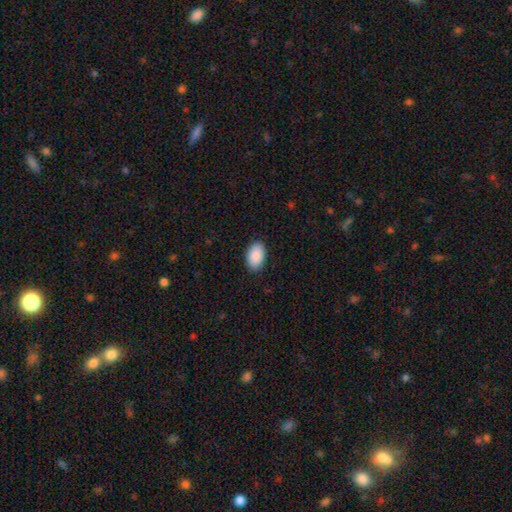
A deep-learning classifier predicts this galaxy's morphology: Smooth or featured? Predicted: smooth (p=0.90). How rounded? Predicted: in between (p=0.94). Merging? Predicted: none (p=0.87).